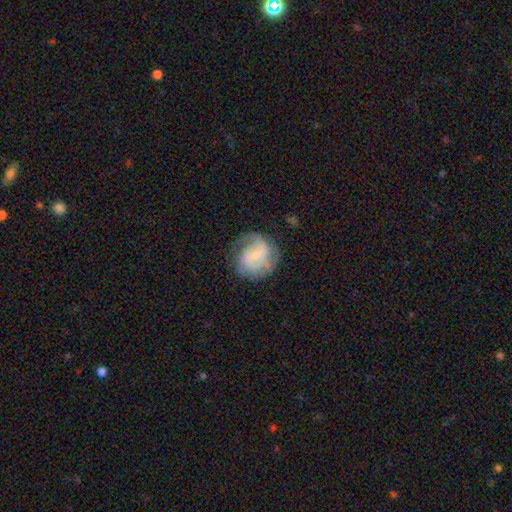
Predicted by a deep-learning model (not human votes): Smooth or featured? Predicted: featured or disk (p=0.65). Edge-on disk? Predicted: no (p=0.98). Bar? Predicted: no (p=0.59). Spiral arms? Predicted: yes (p=0.85). Spiral winding? Predicted: medium (p=0.40). Spiral arm count? Predicted: 2 (p=0.41). Bulge size? Predicted: small (p=0.67). Merging? Predicted: none (p=0.61).